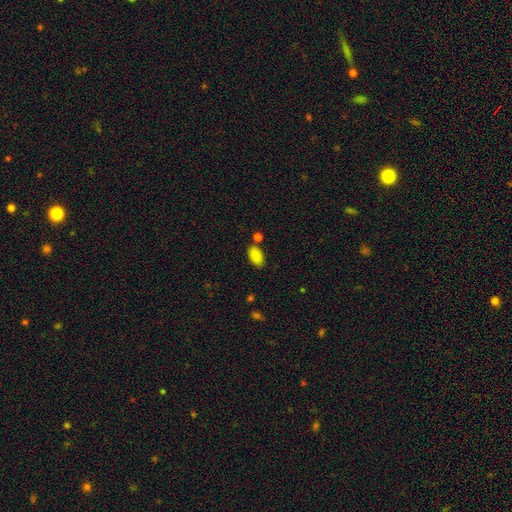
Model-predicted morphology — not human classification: The model was most divided on "merging": none: 78%, minor disturbance: 12%, merger: 7%, major disturbance: 3%. More confident: how rounded — in between (93%); smooth or featured — smooth (86%).